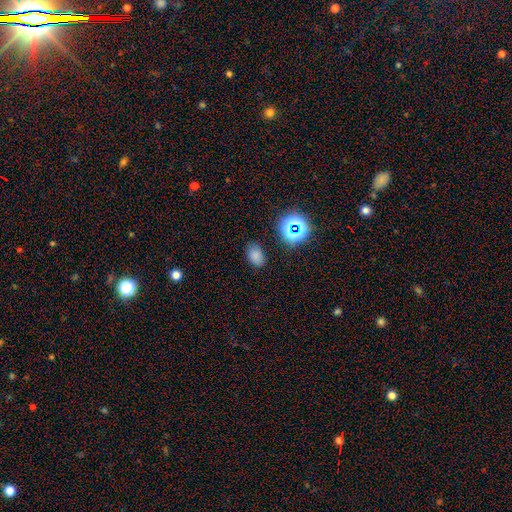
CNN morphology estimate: A smooth galaxy with no disk features (73%) that is in between round and cigar-shaped (79%).

Vote fractions:
- Smooth or featured? smooth: 73% / star or artifact: 21% / featured or disk: 6%
- How rounded? in between: 79% / round: 20% / cigar-shaped: 1%
- Merging? none: 80% / minor disturbance: 13% / major disturbance: 4% / merger: 2%